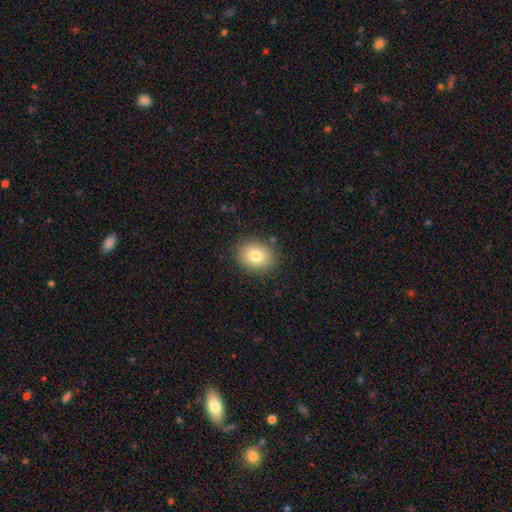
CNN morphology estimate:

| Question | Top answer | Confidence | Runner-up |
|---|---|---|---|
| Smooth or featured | smooth | 81% | featured or disk (10%) |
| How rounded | round | 57% | in between (43%) |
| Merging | none | 87% | minor disturbance (9%) |